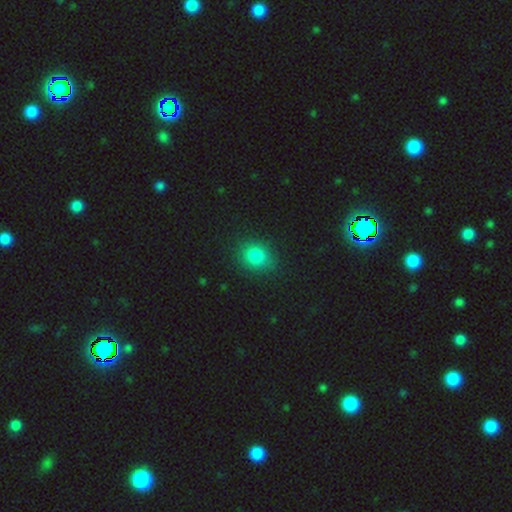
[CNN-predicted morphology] Smooth or featured? smooth (82%)
How rounded? round (64%)
Merging? none (85%)